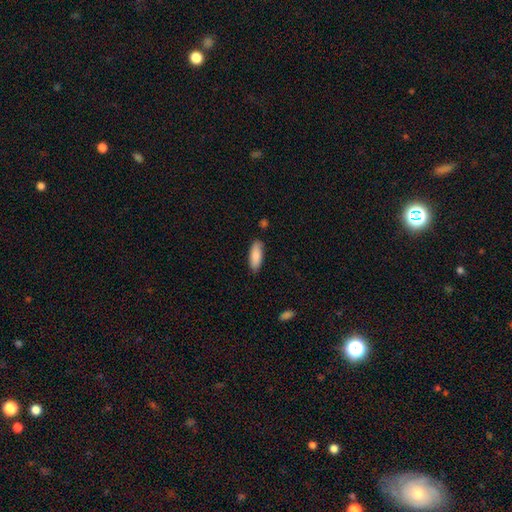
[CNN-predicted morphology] This is clearly a smooth galaxy (87%). How rounded: likely in between (70%). Merging: clearly none (83%).